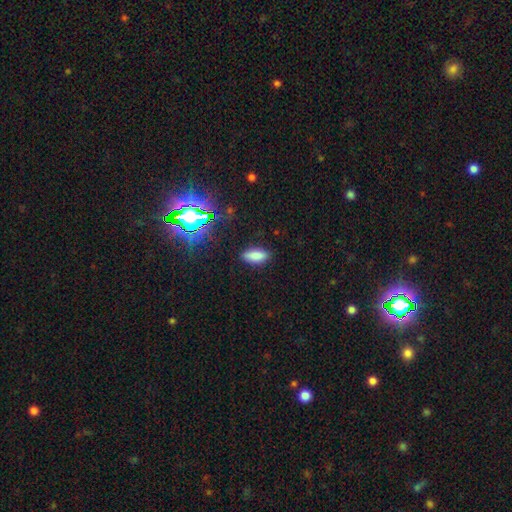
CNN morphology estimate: This appears to be a smooth galaxy with no disk features (80%) that is in between round and cigar-shaped (82%). Merging: none (86%).